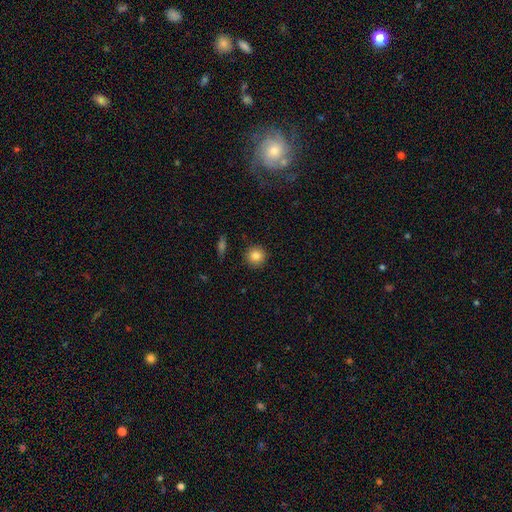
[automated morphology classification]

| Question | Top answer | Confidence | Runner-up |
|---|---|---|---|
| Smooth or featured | smooth | 84% | star or artifact (10%) |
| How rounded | round | 93% | in between (6%) |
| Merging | none | 90% | minor disturbance (7%) |